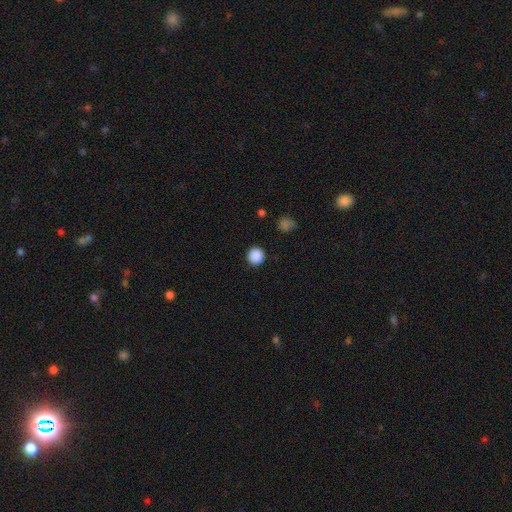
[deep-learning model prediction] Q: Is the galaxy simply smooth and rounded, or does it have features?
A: smooth — 88%.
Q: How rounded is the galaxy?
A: round — 95%.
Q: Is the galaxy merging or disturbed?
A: none — 92%.